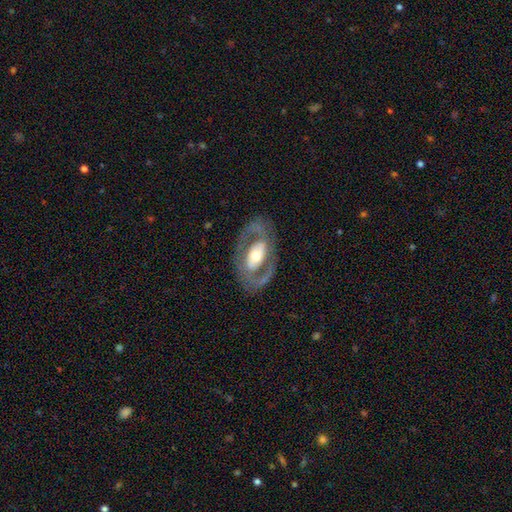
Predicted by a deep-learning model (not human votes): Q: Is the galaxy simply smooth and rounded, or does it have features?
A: featured or disk — 77%.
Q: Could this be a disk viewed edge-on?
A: no — 93%.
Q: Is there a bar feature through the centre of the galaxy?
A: no — 45%.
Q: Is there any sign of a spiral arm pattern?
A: yes — 59%.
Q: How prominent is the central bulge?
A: moderate — 61%.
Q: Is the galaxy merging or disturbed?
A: none — 75%.